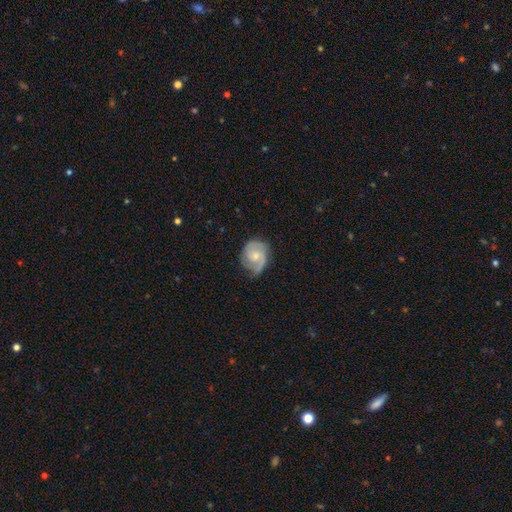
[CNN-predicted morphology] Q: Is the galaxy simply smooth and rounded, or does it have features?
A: featured or disk — 73%.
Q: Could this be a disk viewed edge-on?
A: no — 98%.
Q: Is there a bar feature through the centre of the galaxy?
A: no — 62%.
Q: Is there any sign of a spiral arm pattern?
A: yes — 94%.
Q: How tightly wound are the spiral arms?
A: medium — 45%.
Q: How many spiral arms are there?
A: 2 — 76%.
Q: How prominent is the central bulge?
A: small — 47%.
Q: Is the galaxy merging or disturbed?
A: none — 65%.